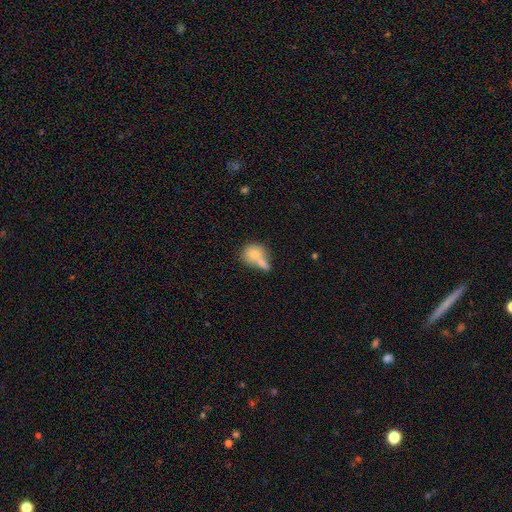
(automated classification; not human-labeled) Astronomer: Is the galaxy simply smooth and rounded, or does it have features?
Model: smooth — 74%.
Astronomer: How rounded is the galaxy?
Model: round — 64%.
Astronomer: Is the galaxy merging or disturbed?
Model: merger — 52% (runner-up: none, 31%).